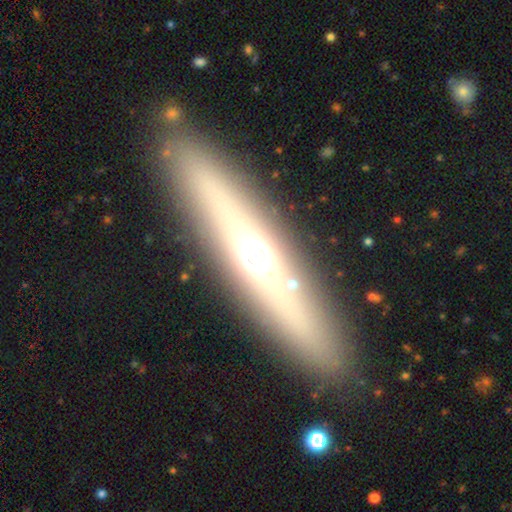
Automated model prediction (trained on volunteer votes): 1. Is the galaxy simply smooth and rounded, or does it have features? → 63% featured or disk, 29% smooth, 8% star or artifact.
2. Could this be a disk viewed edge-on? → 84% yes, 16% no.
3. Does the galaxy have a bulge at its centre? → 83% rounded, 12% none, 5% boxy.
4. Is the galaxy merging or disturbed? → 86% none, 9% minor disturbance, 3% major disturbance, 2% merger.